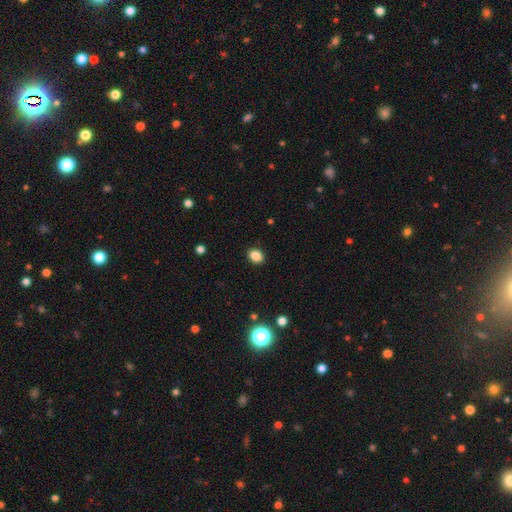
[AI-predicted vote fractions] A smooth galaxy with no disk features (86%) that is in between round and cigar-shaped (52%).

Vote fractions:
- Smooth or featured? smooth: 86% / star or artifact: 11% / featured or disk: 4%
- How rounded? in between: 52% / round: 47% / cigar-shaped: 1%
- Merging? none: 90% / minor disturbance: 7% / major disturbance: 2% / merger: 1%